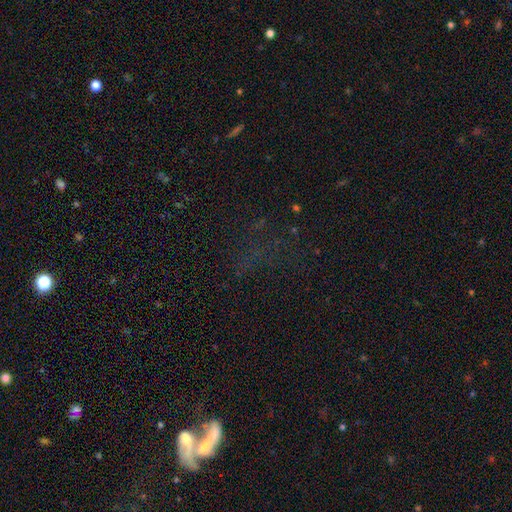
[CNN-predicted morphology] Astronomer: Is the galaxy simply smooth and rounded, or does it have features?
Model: star or artifact — 49% (runner-up: featured or disk, 26%).